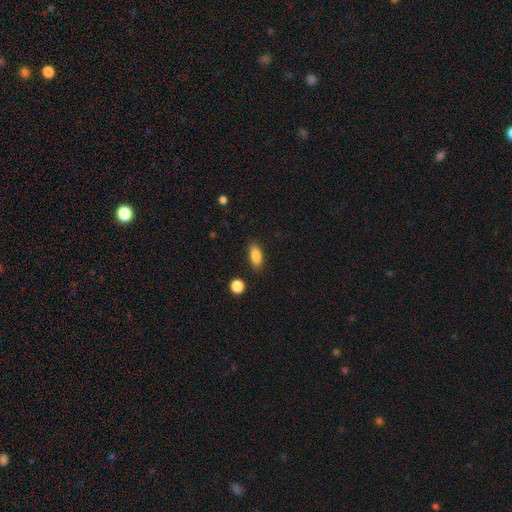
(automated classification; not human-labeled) Morphology: type=smooth (85%); roundness=in between (84%); merging=none (86%).